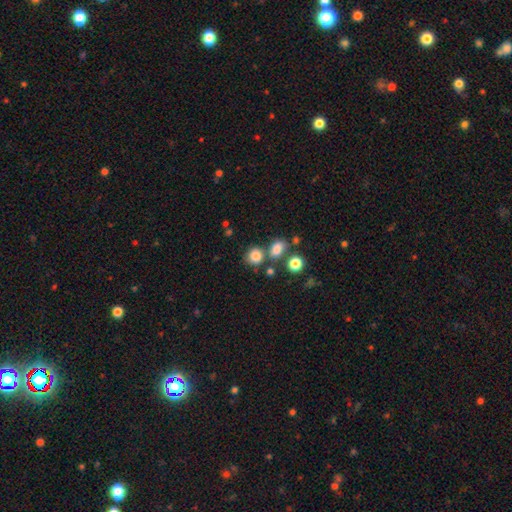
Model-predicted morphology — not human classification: smooth_or_featured: smooth (p=0.82) [alt: star or artifact p=0.12]
how_rounded: round (p=0.79) [alt: in between p=0.20]
merging: none (p=0.65) [alt: merger p=0.20]